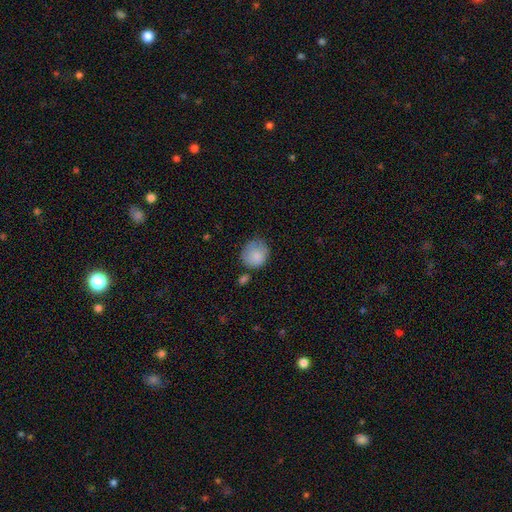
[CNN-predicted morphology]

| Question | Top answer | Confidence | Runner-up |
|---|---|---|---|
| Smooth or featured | smooth | 85% | featured or disk (8%) |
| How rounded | round | 85% | in between (14%) |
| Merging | none | 63% | minor disturbance (24%) |